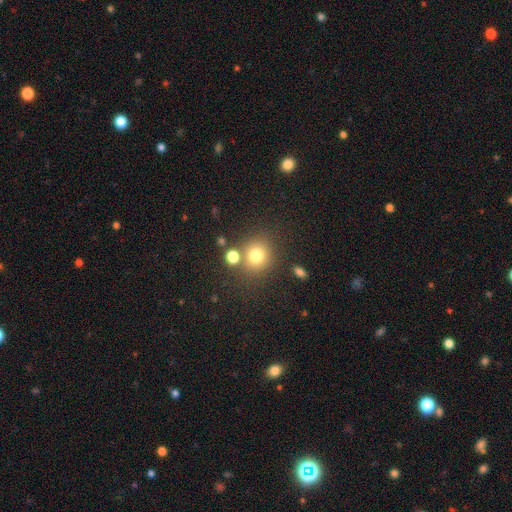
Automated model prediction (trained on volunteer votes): This is likely a smooth galaxy (76%). How rounded: clearly round (84%). Merging: likely none (71%).